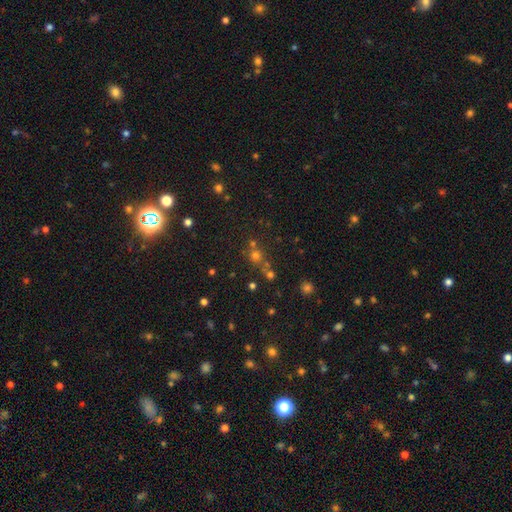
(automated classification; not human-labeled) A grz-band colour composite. It shows a smooth galaxy with no disk features (48%). Merging: none (60%).